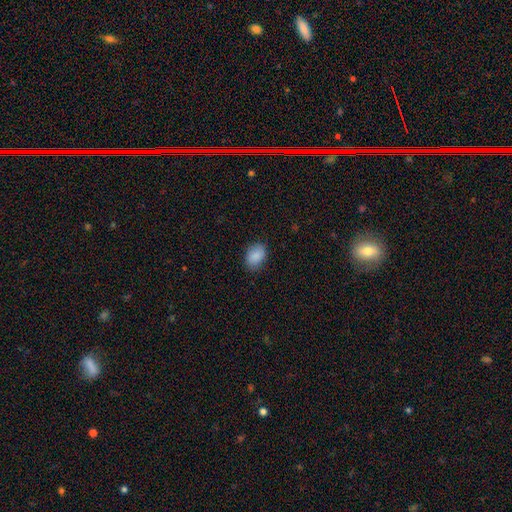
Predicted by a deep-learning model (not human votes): smooth 88%, star or artifact 7%, featured or disk 5%. Down the decision tree: how rounded — in between (78%); merging — none (82%).